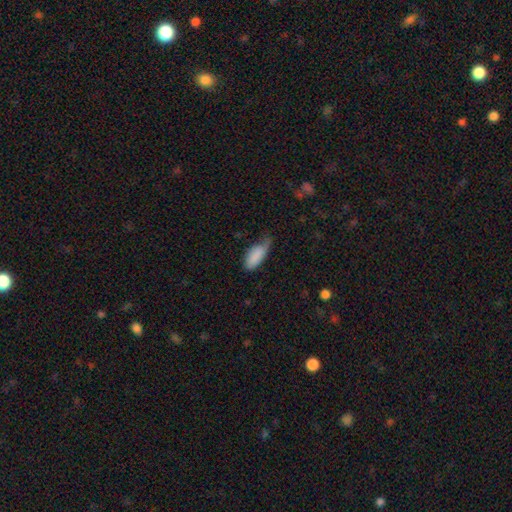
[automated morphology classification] smooth_or_featured: smooth (p=0.85) [alt: featured or disk p=0.08]
how_rounded: in between (p=0.83) [alt: cigar-shaped p=0.15]
merging: minor disturbance (p=0.48) [alt: none p=0.35]